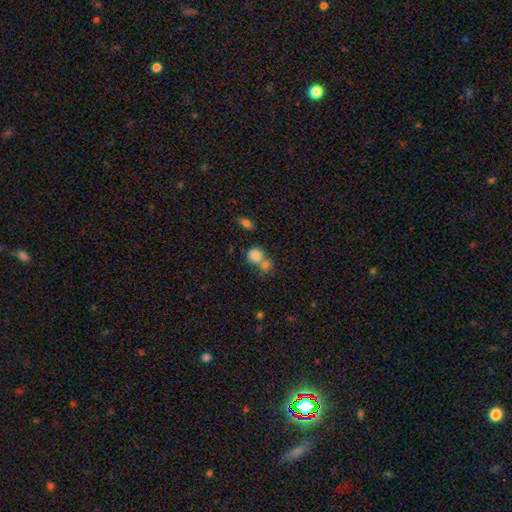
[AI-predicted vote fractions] A smooth galaxy with no disk features (80%) that is round (72%).

Vote fractions:
- Smooth or featured? smooth: 80% / star or artifact: 10% / featured or disk: 10%
- How rounded? round: 72% / in between: 26% / cigar-shaped: 1%
- Merging? merger: 50% / none: 37% / minor disturbance: 9% / major disturbance: 4%